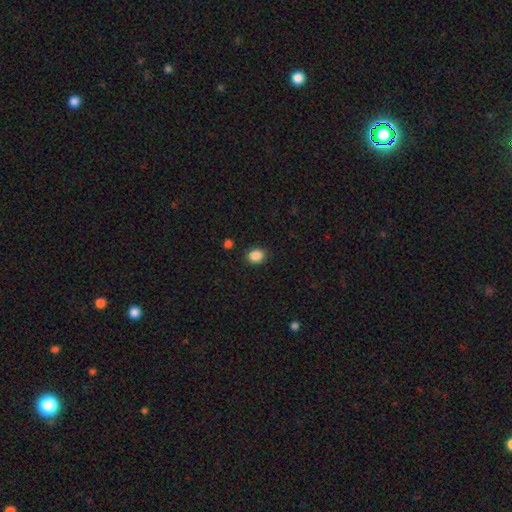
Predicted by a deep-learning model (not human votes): A smooth galaxy with no disk features (87%) that is round (65%).

Vote fractions:
- Smooth or featured? smooth: 87% / star or artifact: 10% / featured or disk: 3%
- How rounded? round: 65% / in between: 34% / cigar-shaped: 1%
- Merging? none: 88% / minor disturbance: 8% / major disturbance: 2% / merger: 2%